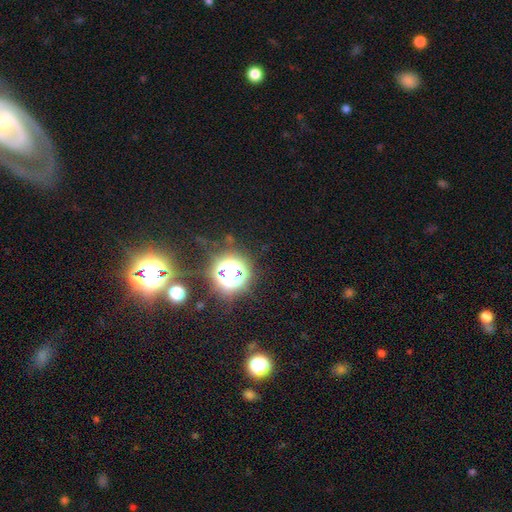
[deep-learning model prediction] Q: Smooth or featured?
A: star or artifact (73%); runner-up: smooth (16%)